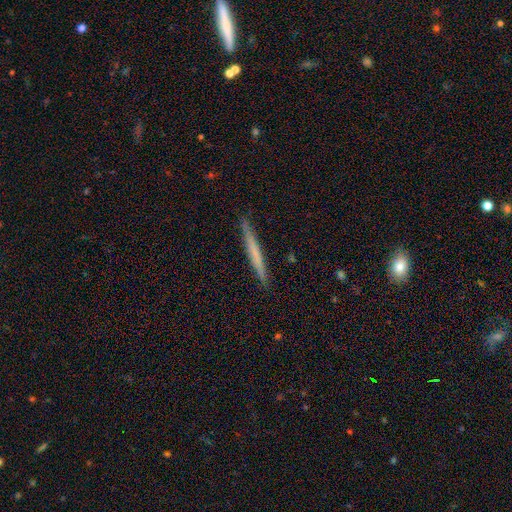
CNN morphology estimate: smooth-or-featured: smooth: 59% | featured or disk: 36% | star or artifact: 5%
  how-rounded: cigar-shaped: 97% | in between: 2% | round: 1%
  merging: none: 89% | minor disturbance: 8% | major disturbance: 1% | merger: 1%